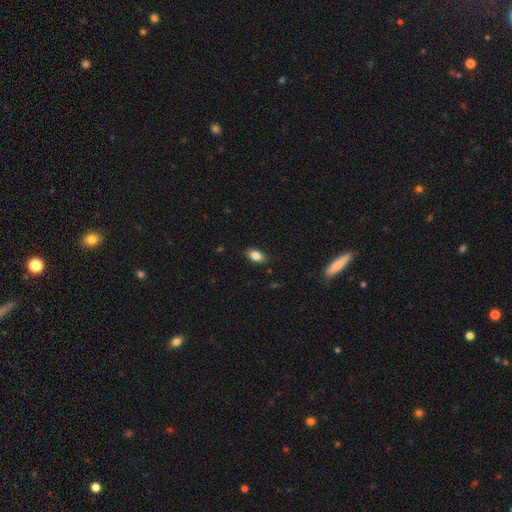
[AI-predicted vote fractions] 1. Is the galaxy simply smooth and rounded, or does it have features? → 83% smooth, 8% featured or disk, 8% star or artifact.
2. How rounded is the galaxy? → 89% in between, 8% round, 3% cigar-shaped.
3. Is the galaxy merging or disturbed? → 86% none, 10% minor disturbance, 2% major disturbance, 1% merger.